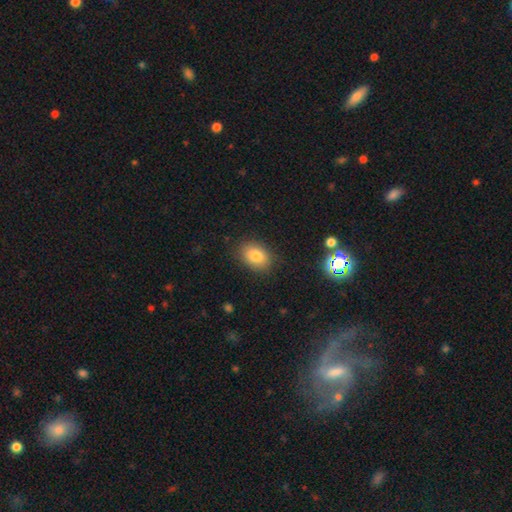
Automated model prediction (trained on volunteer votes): smooth 82%, star or artifact 9%, featured or disk 9%. Down the decision tree: how rounded — in between (77%); merging — none (84%).